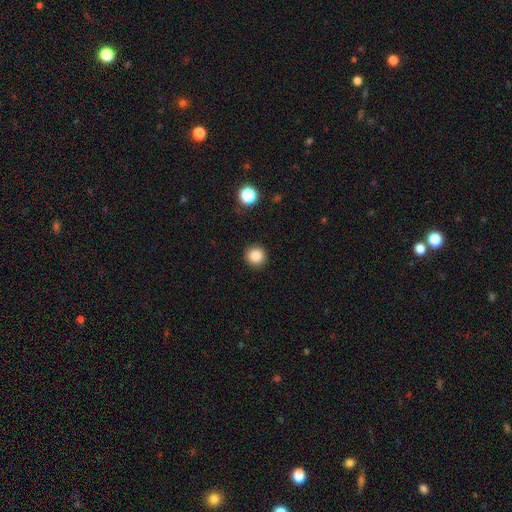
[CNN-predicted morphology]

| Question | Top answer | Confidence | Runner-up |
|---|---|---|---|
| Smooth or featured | smooth | 86% | star or artifact (10%) |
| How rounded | round | 95% | in between (4%) |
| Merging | none | 92% | minor disturbance (5%) |